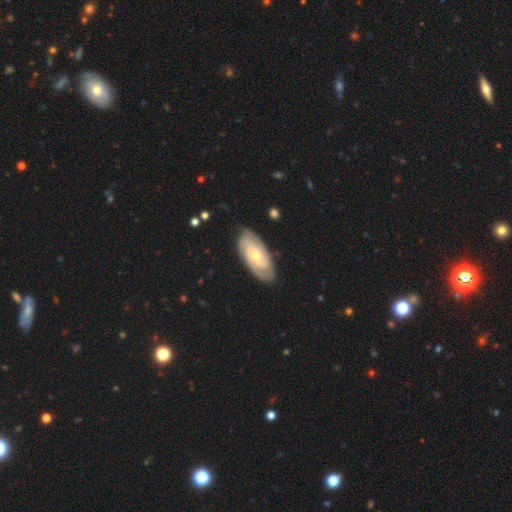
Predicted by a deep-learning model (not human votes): Smooth or featured: featured or disk — 78% (smooth — 18%)
Edge-on disk: no — 94% (yes — 6%)
Bar: no — 67% (weak — 28%)
Spiral arms: yes — 94% (no — 6%)
Spiral winding: tight — 62% (medium — 31%)
Spiral arm count: 2 — 43% (can't tell — 24%)
Bulge size: small — 65% (moderate — 31%)
Merging: none — 82% (minor disturbance — 13%)